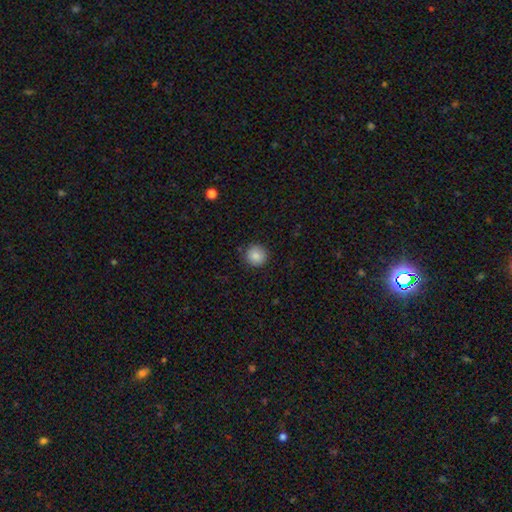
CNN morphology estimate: This is clearly a smooth galaxy (86%). How rounded: clearly round (94%). Merging: clearly none (90%).